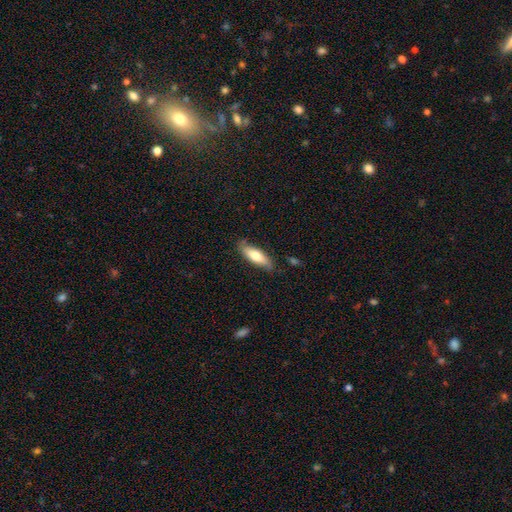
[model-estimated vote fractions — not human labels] The model was most divided on "how rounded": in between: 57%, cigar-shaped: 41%, round: 2%. More confident: merging — none (77%); smooth or featured — smooth (69%).